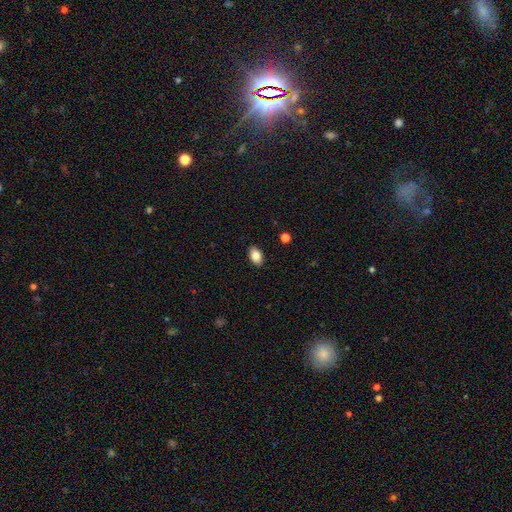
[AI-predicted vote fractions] smooth_or_featured: smooth (p=0.84) [alt: featured or disk p=0.08]
how_rounded: in between (p=0.90) [alt: round p=0.09]
merging: none (p=0.89) [alt: minor disturbance p=0.08]